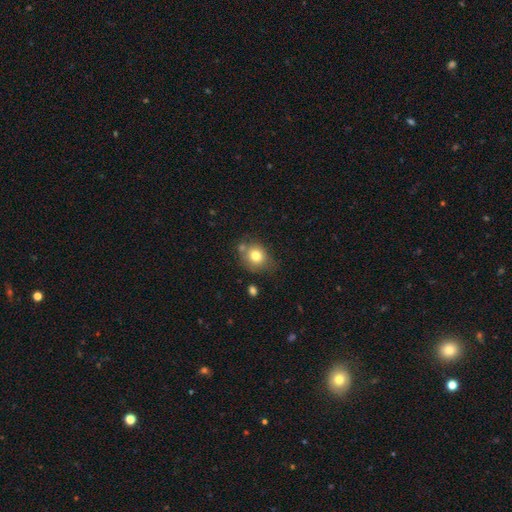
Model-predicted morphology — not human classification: smooth-or-featured: smooth: 79% | featured or disk: 11% | star or artifact: 10%
  how-rounded: round: 70% | in between: 29% | cigar-shaped: 1%
  merging: none: 60% | minor disturbance: 21% | merger: 14% | major disturbance: 6%